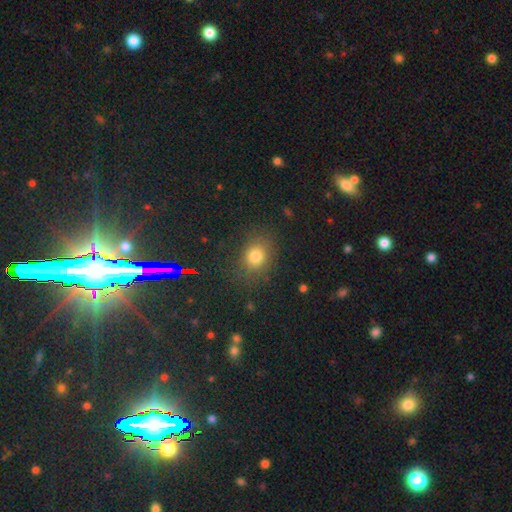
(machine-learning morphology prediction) This is likely a smooth galaxy (77%). How rounded: possibly round (57%). Merging: clearly none (82%).